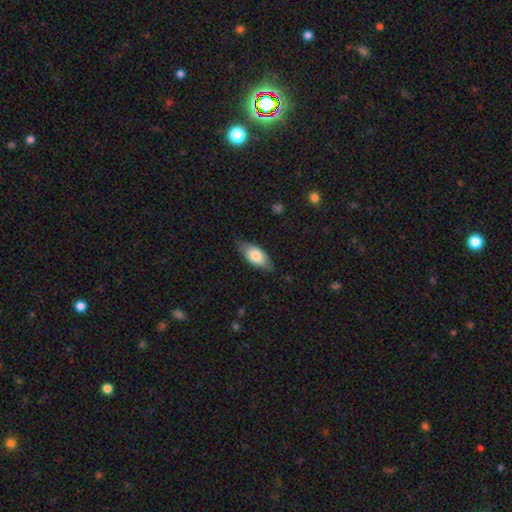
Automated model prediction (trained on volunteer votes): Smooth or featured? smooth (75%)
How rounded? in between (90%)
Merging? none (75%)